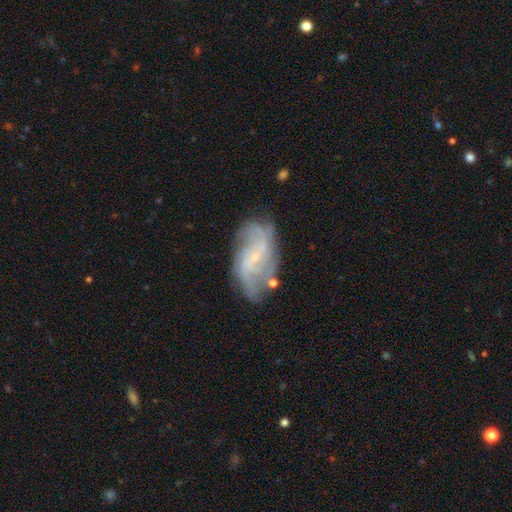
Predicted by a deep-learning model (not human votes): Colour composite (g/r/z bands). It shows a featured or disk galaxy (78%) with a weak bar (47%), 2 (43%) loose (46%) spiral arms (88%) and a small central bulge (77%). Merging: none (64%).